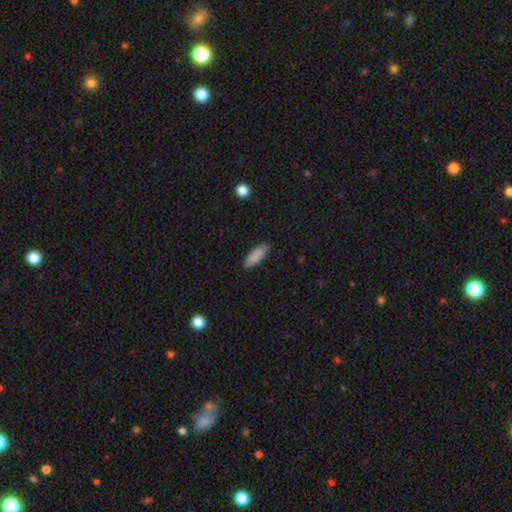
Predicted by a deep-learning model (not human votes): Overall: smooth (89%). How rounded: in between (67%; cigar-shaped 32%). Merging: none (86%).